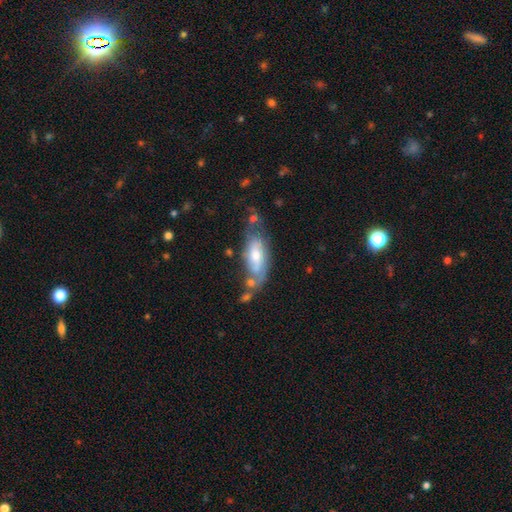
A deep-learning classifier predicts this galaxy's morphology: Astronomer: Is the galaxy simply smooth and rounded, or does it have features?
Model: featured or disk — 50% (runner-up: smooth, 44%).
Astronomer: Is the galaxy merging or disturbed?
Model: none — 47% (runner-up: minor disturbance, 25%).